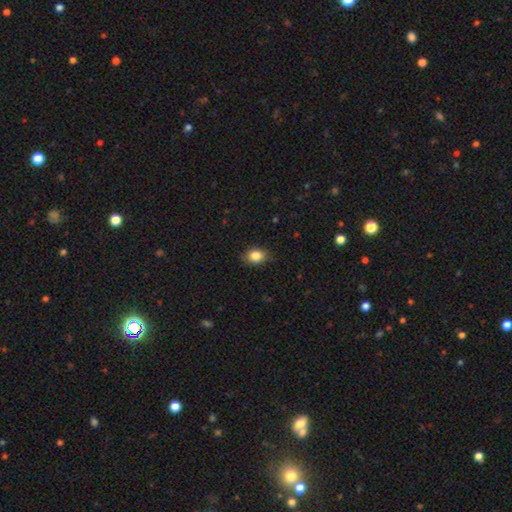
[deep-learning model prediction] Smooth or featured?
  - smooth: 83% *
  - star or artifact: 10%
  - featured or disk: 7%
How rounded?
  - in between: 57% *
  - round: 42%
  - cigar-shaped: 1%
Merging?
  - none: 79% *
  - minor disturbance: 17%
  - major disturbance: 3%
  - merger: 1%